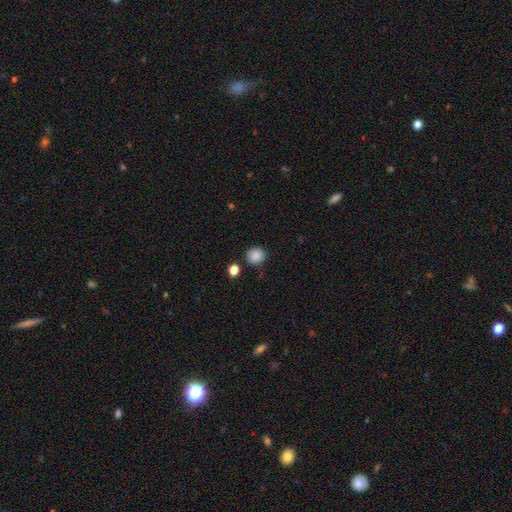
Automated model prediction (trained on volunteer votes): smooth 87%, star or artifact 9%, featured or disk 4%. Down the decision tree: how rounded — round (85%); merging — none (84%).